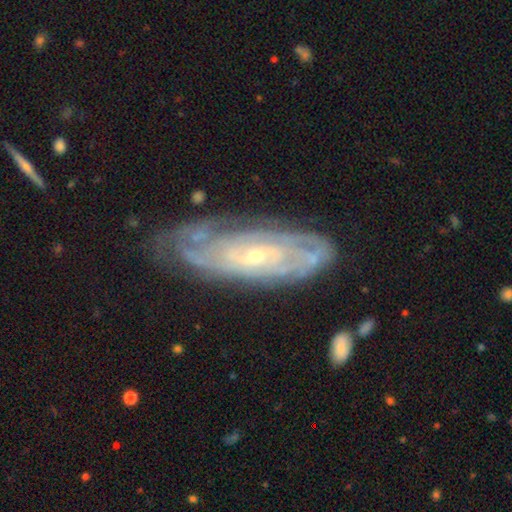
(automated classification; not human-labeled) The model was most divided on "bar": no: 61%, weak: 30%, strong: 9%. More confident: spiral arms — yes (92%); edge-on disk — no (86%); smooth or featured — featured or disk (83%); spiral winding — tight (76%); bulge size — small (72%); merging — none (71%); spiral arm count — can't tell (53%).